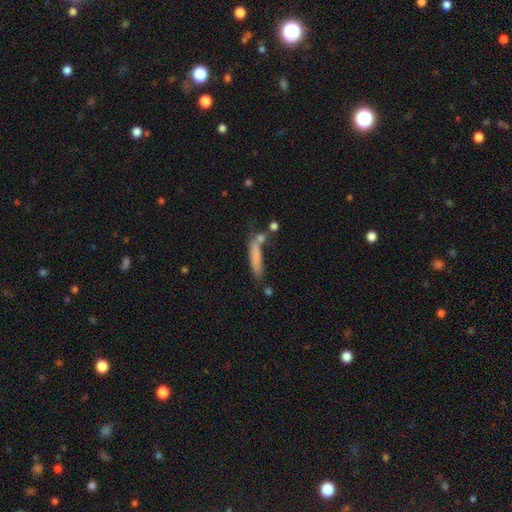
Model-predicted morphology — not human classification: A smooth galaxy with no disk features (71%) that is cigar-shaped (84%).

Vote fractions:
- Smooth or featured? smooth: 71% / featured or disk: 20% / star or artifact: 9%
- How rounded? cigar-shaped: 84% / in between: 14% / round: 2%
- Merging? none: 50% / minor disturbance: 20% / merger: 18% / major disturbance: 12%